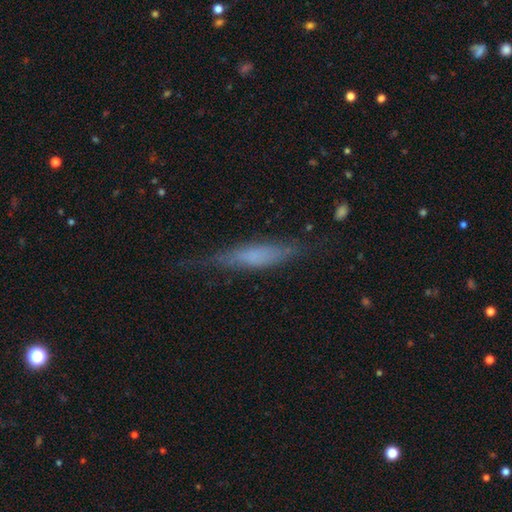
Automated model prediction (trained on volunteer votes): Morphology: type=smooth (49%); merging=none (64%).